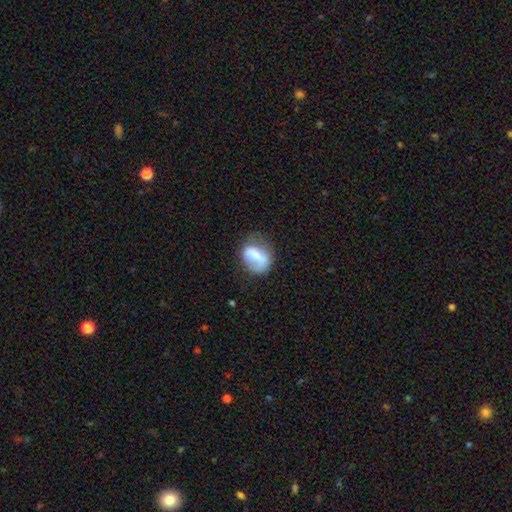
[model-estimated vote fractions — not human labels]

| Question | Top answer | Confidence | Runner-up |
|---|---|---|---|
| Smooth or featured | smooth | 59% | featured or disk (33%) |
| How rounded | in between | 53% | round (45%) |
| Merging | none | 47% | minor disturbance (28%) |